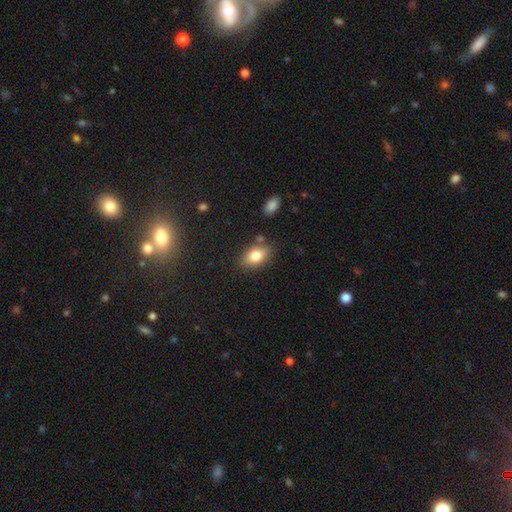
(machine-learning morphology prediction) Smooth or featured? smooth (81%)
How rounded? in between (86%)
Merging? none (77%)